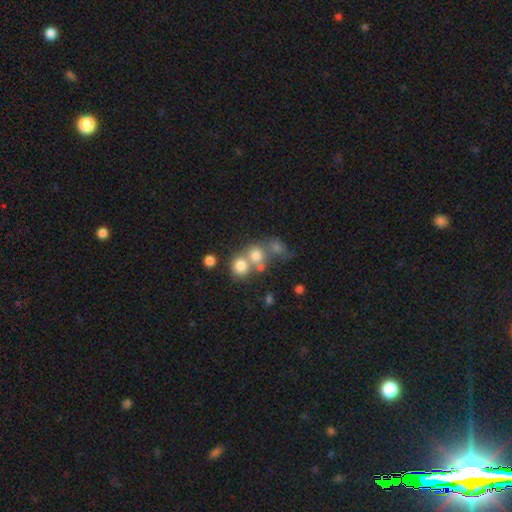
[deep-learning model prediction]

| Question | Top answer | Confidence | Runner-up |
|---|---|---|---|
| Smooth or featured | smooth | 72% | star or artifact (14%) |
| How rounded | round | 81% | in between (18%) |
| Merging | merger | 46% | none (41%) |